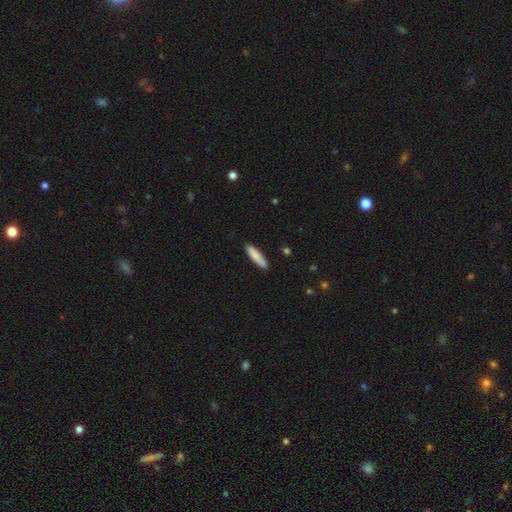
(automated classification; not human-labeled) This appears to be a smooth galaxy with no disk features (85%) that is cigar-shaped (80%). Merging: none (88%).